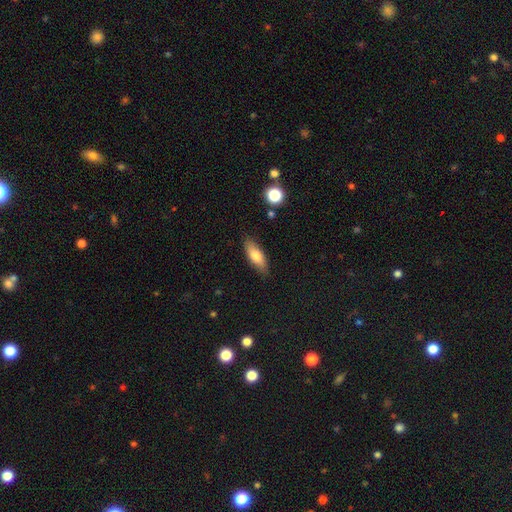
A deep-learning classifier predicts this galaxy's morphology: Smooth or featured: smooth — 74% (featured or disk — 19%)
How rounded: in between — 68% (cigar-shaped — 30%)
Merging: none — 83% (minor disturbance — 13%)